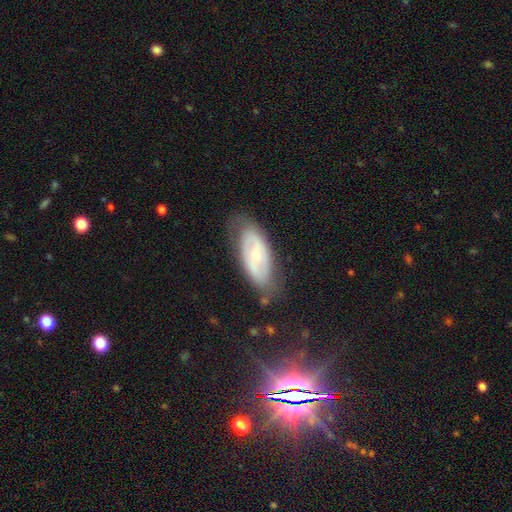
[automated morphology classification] Overall: featured or disk (63%; smooth 30%). Edge-on disk: no (88%). Bar: no (61%; weak 28%). Spiral arms: yes (58%; no 42%). Bulge size: small (63%; moderate 34%). Merging: none (71%).